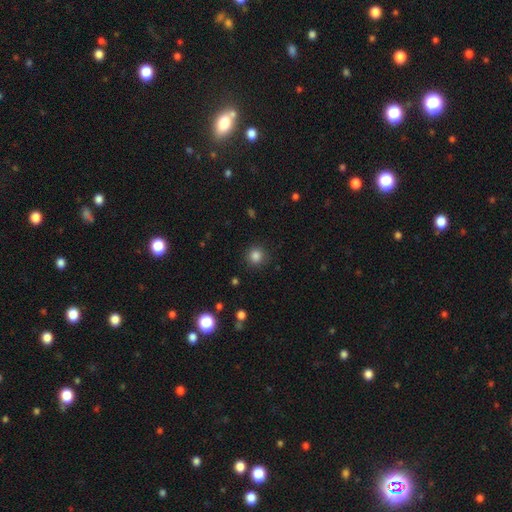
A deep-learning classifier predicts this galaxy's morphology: A smooth galaxy with no disk features (84%) that is round (93%). Merging: none (88%).